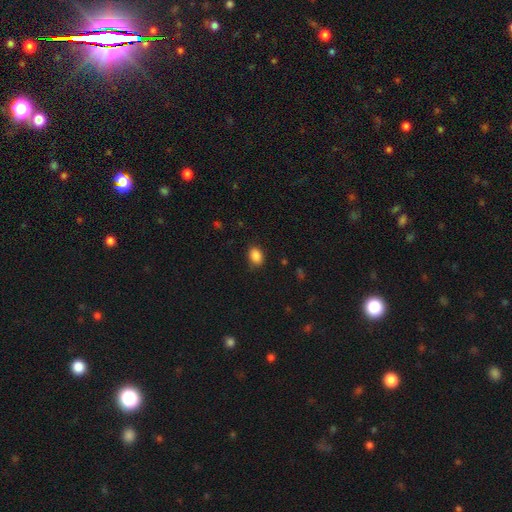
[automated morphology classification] smooth 88%, star or artifact 8%, featured or disk 4%. Down the decision tree: how rounded — in between (80%); merging — none (84%).